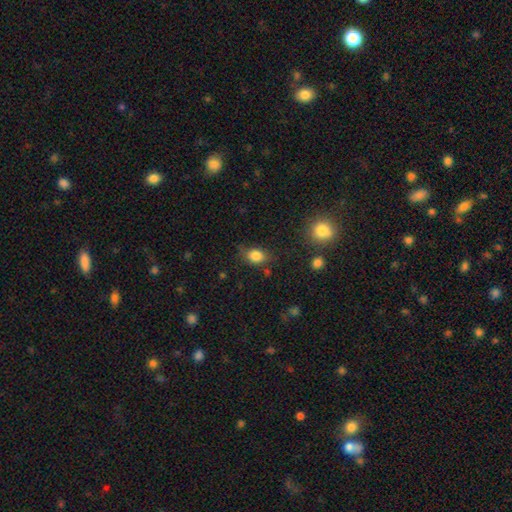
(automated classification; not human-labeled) Smooth or featured? Predicted: smooth (p=0.83). How rounded? Predicted: in between (p=0.63). Merging? Predicted: none (p=0.67).